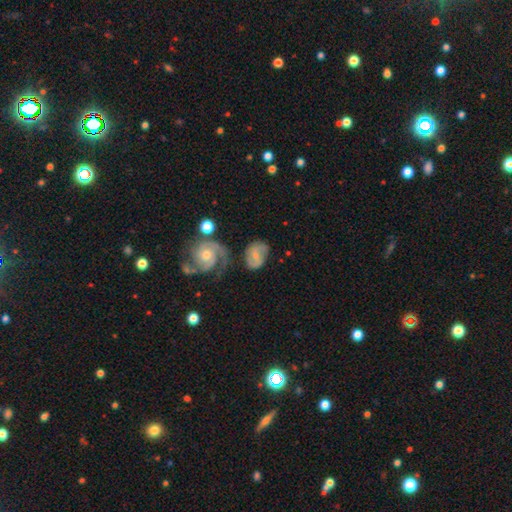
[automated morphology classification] featured or disk 68%, smooth 25%, star or artifact 7%. Down the decision tree: edge-on disk — no (97%); bar — weak (44%); spiral arms — yes (90%); spiral arm count — 2 (82%); spiral winding — medium (48%); bulge size — small (61%); merging — none (56%).